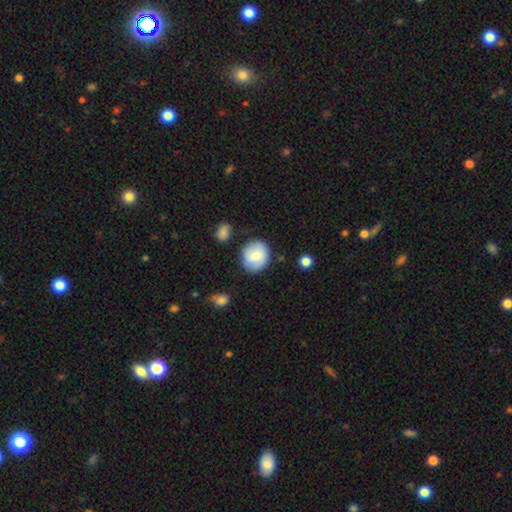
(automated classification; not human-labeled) Smooth or featured? Predicted: smooth (p=0.70). How rounded? Predicted: round (p=0.82). Merging? Predicted: none (p=0.78).